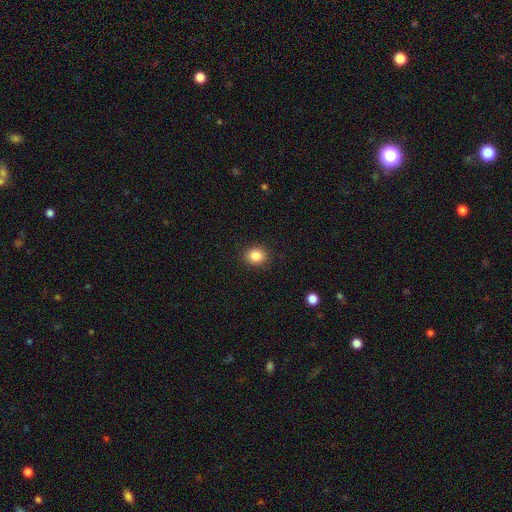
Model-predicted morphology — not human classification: A smooth galaxy with no disk features (85%) that is round (66%).

Vote fractions:
- Smooth or featured? smooth: 85% / star or artifact: 10% / featured or disk: 5%
- How rounded? round: 66% / in between: 33% / cigar-shaped: 1%
- Merging? none: 90% / minor disturbance: 7% / major disturbance: 2% / merger: 1%